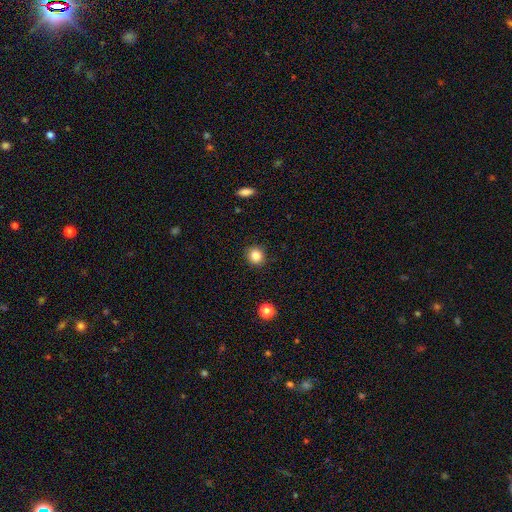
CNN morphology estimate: Smooth or featured: smooth — 84% (star or artifact — 11%)
How rounded: round — 87% (in between — 12%)
Merging: none — 90% (minor disturbance — 7%)